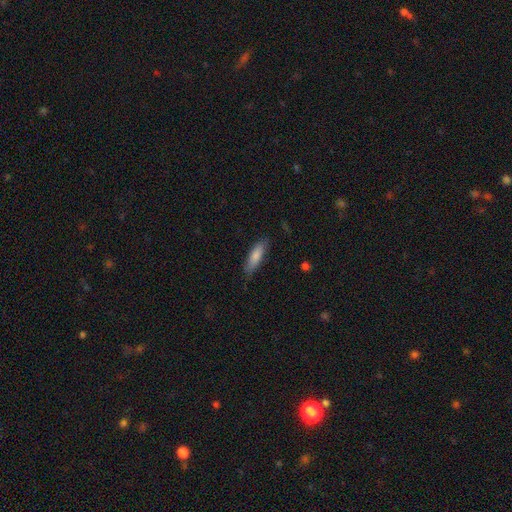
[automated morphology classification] A smooth galaxy with no disk features (81%) that is cigar-shaped (59%).

Vote fractions:
- Smooth or featured? smooth: 81% / featured or disk: 13% / star or artifact: 6%
- How rounded? cigar-shaped: 59% / in between: 40% / round: 2%
- Merging? none: 79% / minor disturbance: 16% / major disturbance: 3% / merger: 1%